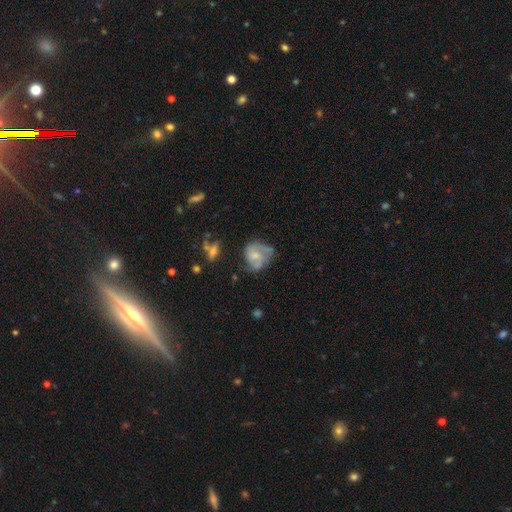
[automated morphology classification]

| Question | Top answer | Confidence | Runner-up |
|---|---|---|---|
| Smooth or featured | featured or disk | 53% | smooth (39%) |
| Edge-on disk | no | 97% | yes (3%) |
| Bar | no | 69% | weak (27%) |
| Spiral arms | yes | 69% | no (31%) |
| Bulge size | small | 46% | moderate (36%) |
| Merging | none | 42% | minor disturbance (29%) |